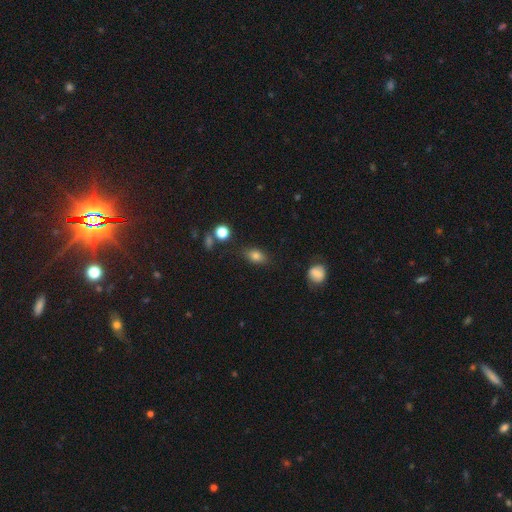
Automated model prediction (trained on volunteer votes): smooth 79%, star or artifact 11%, featured or disk 10%. Down the decision tree: how rounded — in between (79%); merging — none (79%).